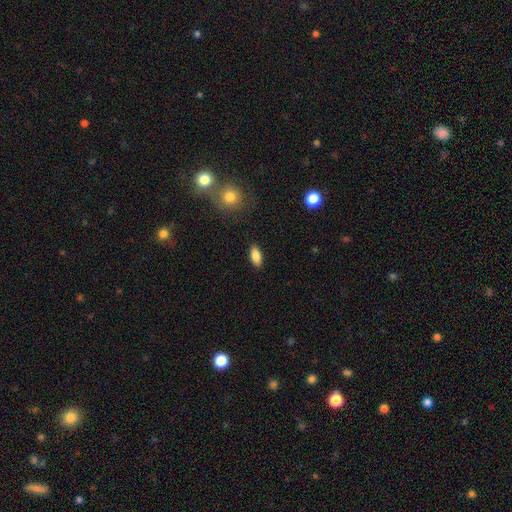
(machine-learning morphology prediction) A smooth galaxy with no disk features (84%) that is in between round and cigar-shaped (85%). Merging: none (88%).